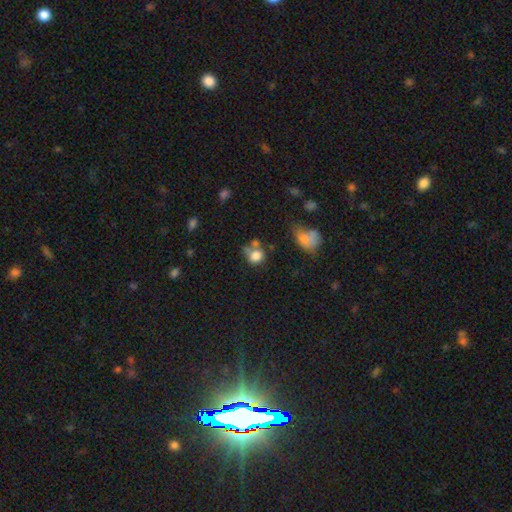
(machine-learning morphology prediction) Smooth or featured: smooth — 80% (star or artifact — 11%)
How rounded: round — 76% (in between — 23%)
Merging: none — 47% (merger — 28%)